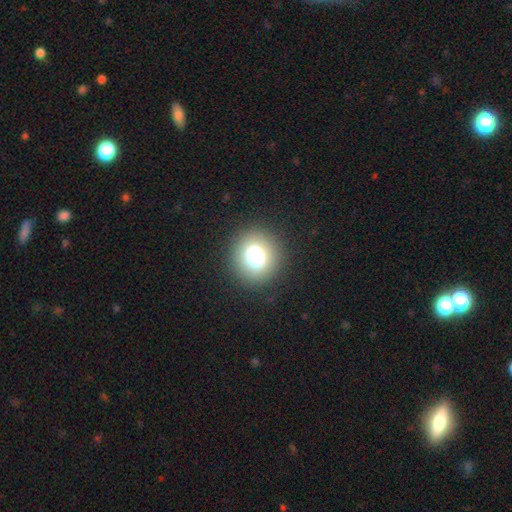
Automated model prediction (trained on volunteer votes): A smooth galaxy with no disk features (74%) that is round (81%). Merging: none (87%).